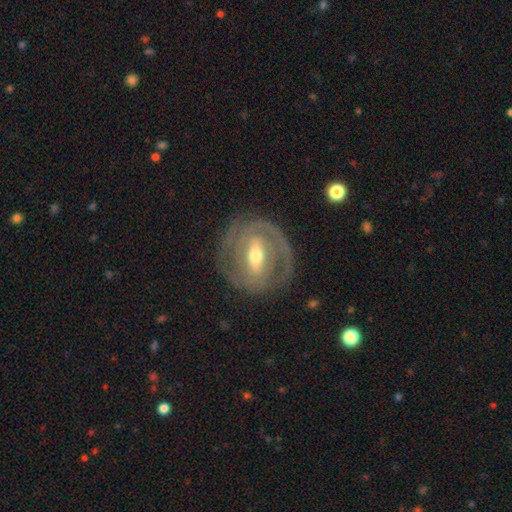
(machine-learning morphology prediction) smooth_or_featured: featured or disk (p=0.81) [alt: smooth p=0.13]
disk_edge_on: no (p=0.92) [alt: yes p=0.08]
bar: strong (p=0.56) [alt: weak p=0.31]
has_spiral_arms: yes (p=0.77) [alt: no p=0.23]
spiral_winding: tight (p=0.64) [alt: medium p=0.28]
spiral_arm_count: 2 (p=0.58) [alt: can't tell p=0.23]
bulge_size: moderate (p=0.63) [alt: small p=0.31]
merging: none (p=0.79) [alt: minor disturbance p=0.13]